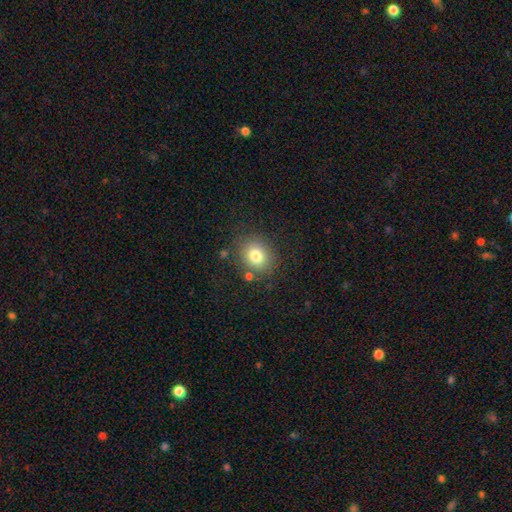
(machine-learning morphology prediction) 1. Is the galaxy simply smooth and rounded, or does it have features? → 79% smooth, 12% star or artifact, 9% featured or disk.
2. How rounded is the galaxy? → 73% round, 26% in between, 1% cigar-shaped.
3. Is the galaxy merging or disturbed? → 81% none, 11% minor disturbance, 4% merger, 4% major disturbance.